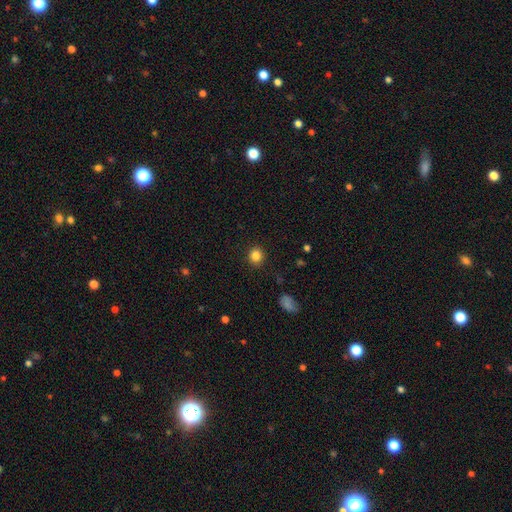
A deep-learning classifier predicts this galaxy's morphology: type=smooth (84%); roundness=round (88%); merging=none (91%).